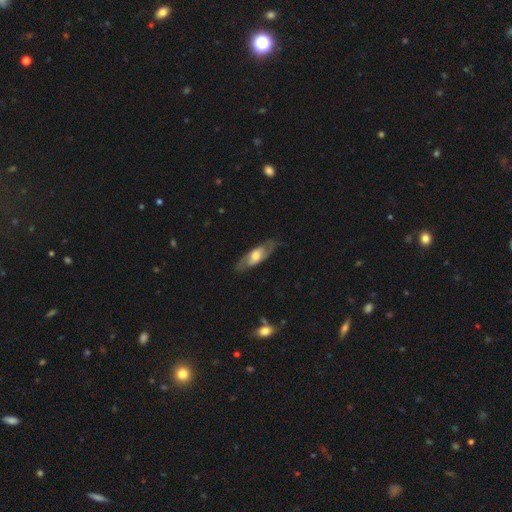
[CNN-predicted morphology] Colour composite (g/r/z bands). It shows a featured or disk galaxy (57%). Merging: none (79%).